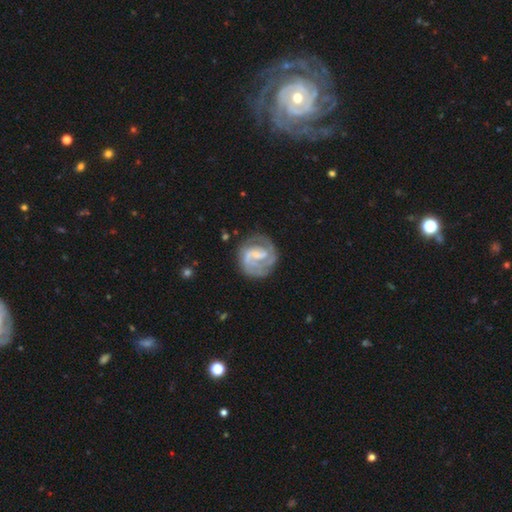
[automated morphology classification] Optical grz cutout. It shows a featured or disk galaxy (81%) with a weak bar (49%), 2 (57%) tight (49%) spiral arms (91%) and a small central bulge (37%). Merging: none (66%).